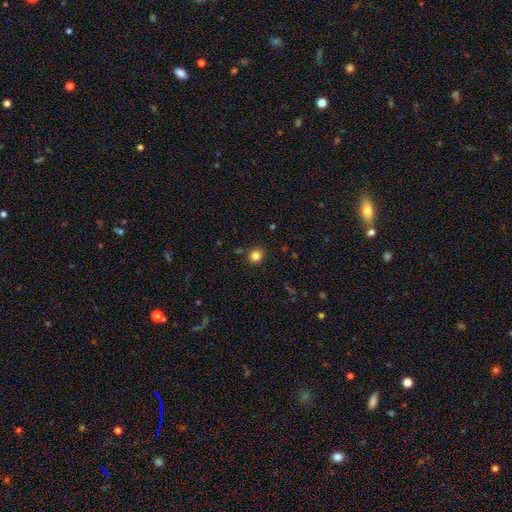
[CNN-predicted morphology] Smooth or featured? smooth (83%)
How rounded? round (90%)
Merging? none (89%)